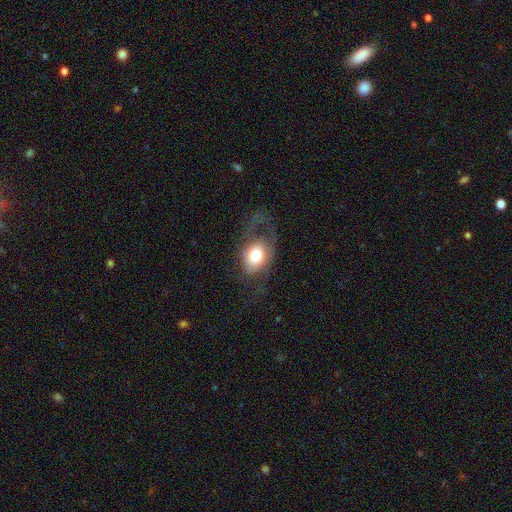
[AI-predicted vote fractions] Smooth or featured?
  - smooth: 59% *
  - featured or disk: 33%
  - star or artifact: 8%
How rounded?
  - in between: 71% *
  - round: 27%
  - cigar-shaped: 1%
Merging?
  - major disturbance: 46% *
  - none: 33%
  - minor disturbance: 20%
  - merger: 2%